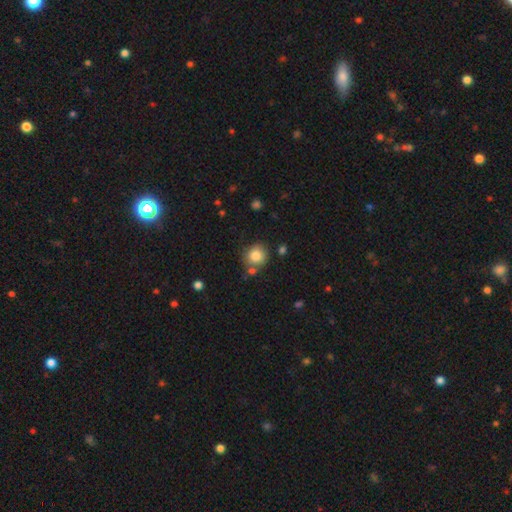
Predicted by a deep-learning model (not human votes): Smooth or featured? smooth (84%)
How rounded? round (87%)
Merging? none (72%)